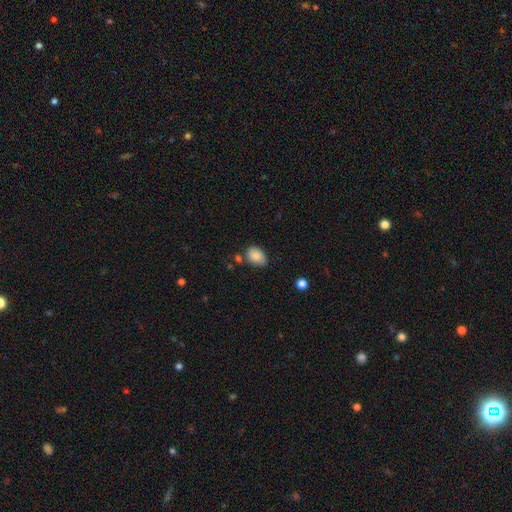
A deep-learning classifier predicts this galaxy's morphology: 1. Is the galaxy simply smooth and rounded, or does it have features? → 86% smooth, 8% star or artifact, 6% featured or disk.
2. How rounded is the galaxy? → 70% in between, 29% round, 1% cigar-shaped.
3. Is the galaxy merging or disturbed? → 66% none, 23% minor disturbance, 6% merger, 5% major disturbance.